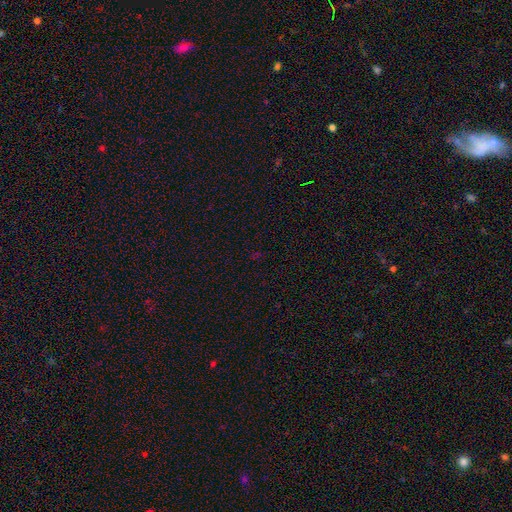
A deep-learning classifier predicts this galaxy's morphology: star or artifact 69%, smooth 24%, featured or disk 7%.